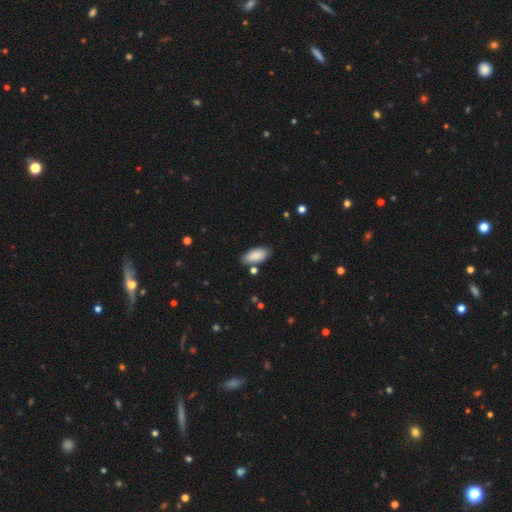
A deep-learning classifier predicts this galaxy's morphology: Smooth or featured? Predicted: smooth (p=0.88). How rounded? Predicted: in between (p=0.90). Merging? Predicted: none (p=0.82).